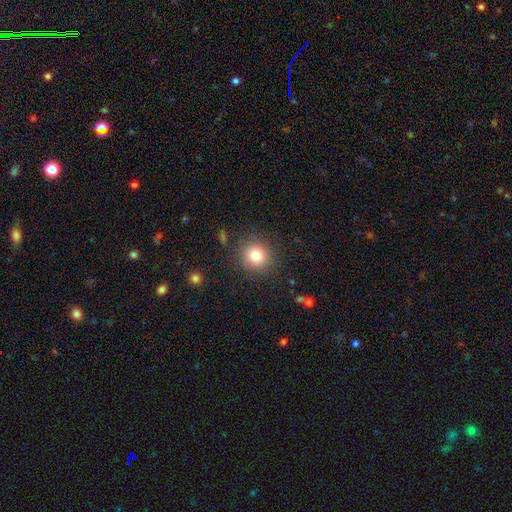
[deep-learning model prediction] A smooth galaxy with no disk features (80%) that is round (91%).

Vote fractions:
- Smooth or featured? smooth: 80% / star or artifact: 12% / featured or disk: 8%
- How rounded? round: 91% / in between: 8% / cigar-shaped: 1%
- Merging? none: 86% / minor disturbance: 8% / major disturbance: 3% / merger: 2%